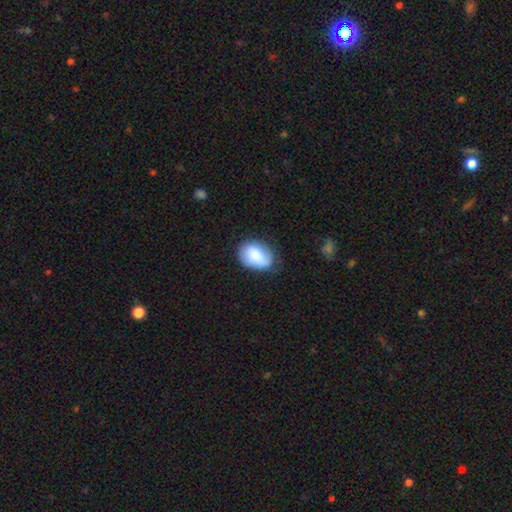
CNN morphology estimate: Smooth or featured: smooth — 80% (featured or disk — 13%)
How rounded: in between — 76% (round — 22%)
Merging: none — 62% (minor disturbance — 28%)